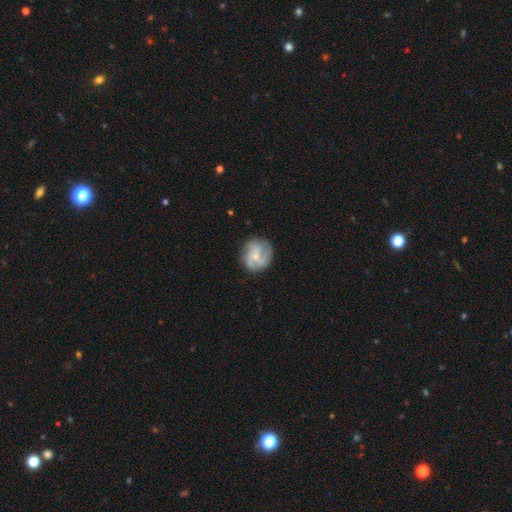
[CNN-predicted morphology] featured or disk 65%, smooth 28%, star or artifact 7%. Down the decision tree: edge-on disk — no (98%); bar — no (56%); spiral arms — yes (88%); spiral arm count — 2 (33%); spiral winding — medium (45%); bulge size — small (62%); merging — none (72%).